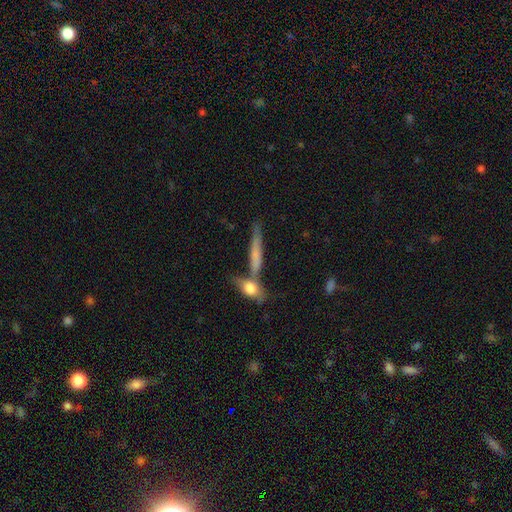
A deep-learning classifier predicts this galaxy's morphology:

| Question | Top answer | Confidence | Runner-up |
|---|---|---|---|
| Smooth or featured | smooth | 52% | featured or disk (39%) |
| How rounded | cigar-shaped | 82% | in between (13%) |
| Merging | none | 53% | merger (29%) |